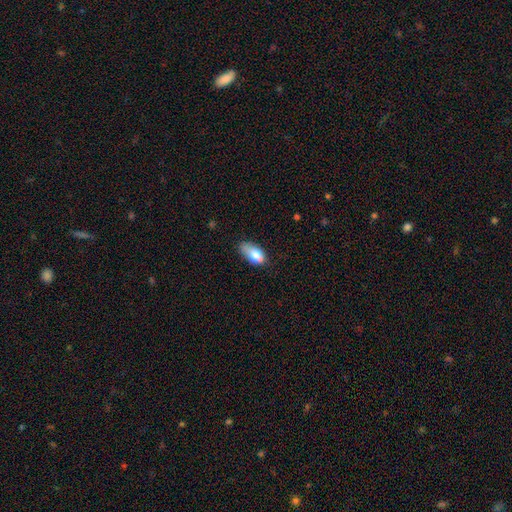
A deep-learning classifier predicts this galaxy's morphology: Q: Smooth or featured?
A: smooth (78%); runner-up: featured or disk (14%)
Q: How rounded?
A: in between (90%); runner-up: cigar-shaped (5%)
Q: Merging?
A: none (44%); runner-up: minor disturbance (39%)